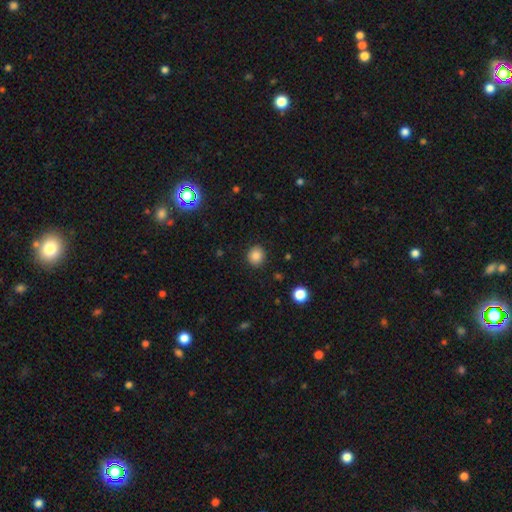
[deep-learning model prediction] Morphology: type=smooth (85%); roundness=round (83%); merging=none (90%).